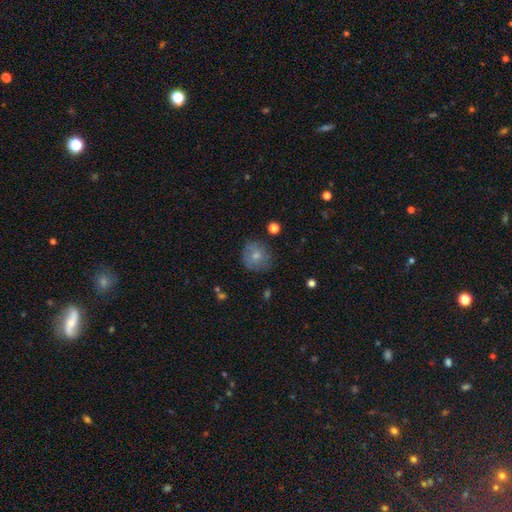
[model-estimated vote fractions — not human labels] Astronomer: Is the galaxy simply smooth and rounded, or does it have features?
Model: smooth — 71%.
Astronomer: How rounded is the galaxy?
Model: round — 86%.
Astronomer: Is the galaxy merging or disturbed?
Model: none — 74%.